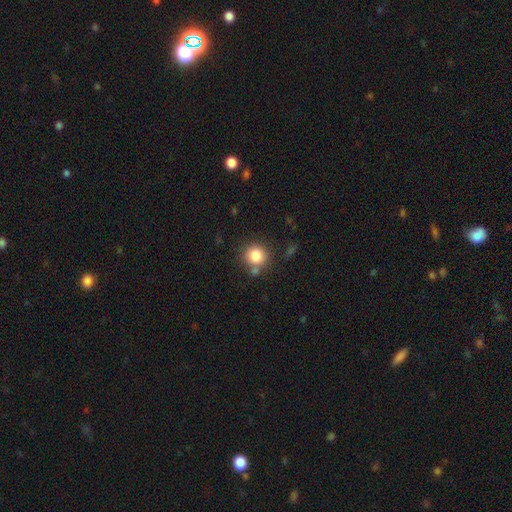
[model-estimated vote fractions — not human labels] Q: Smooth or featured?
A: smooth (83%); runner-up: star or artifact (10%)
Q: How rounded?
A: round (89%); runner-up: in between (10%)
Q: Merging?
A: none (71%); runner-up: merger (13%)